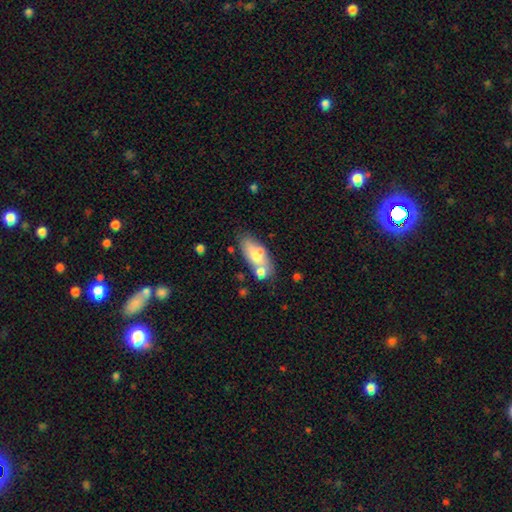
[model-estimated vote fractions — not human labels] smooth_or_featured: smooth (p=0.64) [alt: featured or disk p=0.27]
how_rounded: in between (p=0.82) [alt: cigar-shaped p=0.14]
merging: none (p=0.46) [alt: merger p=0.26]